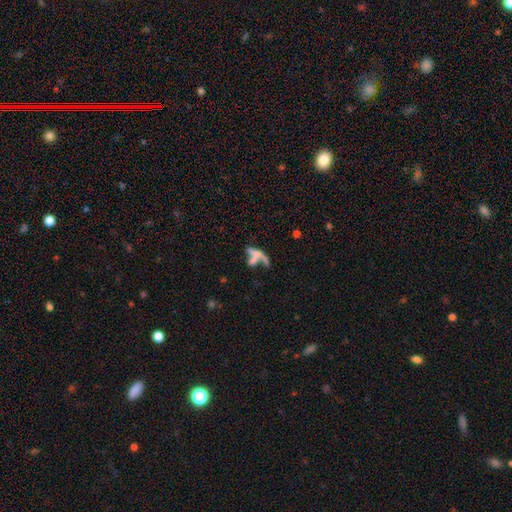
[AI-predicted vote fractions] This is marginally a smooth galaxy (45%). Merging: possibly merger (53%).